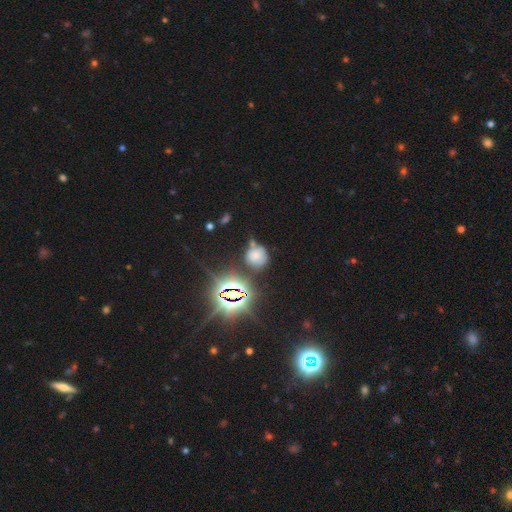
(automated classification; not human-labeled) Smooth or featured? smooth (51%)
How rounded? round (85%)
Merging? none (56%)